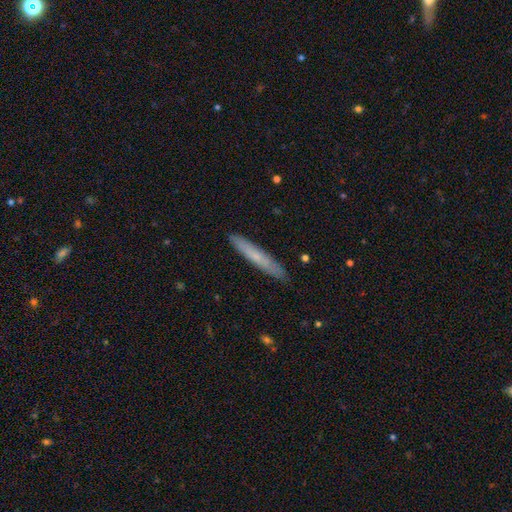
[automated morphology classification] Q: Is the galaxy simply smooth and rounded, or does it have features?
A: smooth — 60%.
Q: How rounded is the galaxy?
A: cigar-shaped — 94%.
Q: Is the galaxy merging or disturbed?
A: none — 88%.